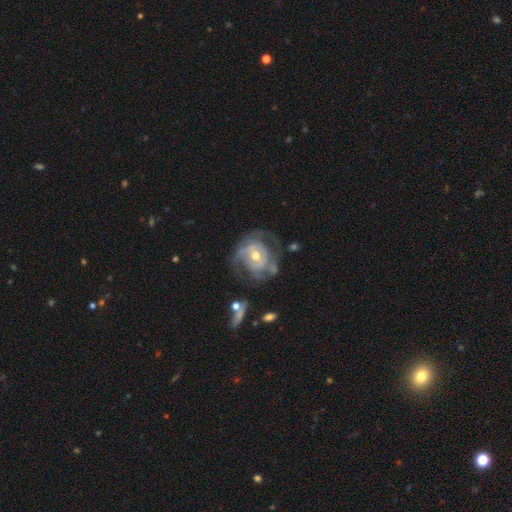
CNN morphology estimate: smooth_or_featured: featured or disk (p=0.80) [alt: smooth p=0.15]
disk_edge_on: no (p=0.97) [alt: yes p=0.03]
bar: no (p=0.57) [alt: weak p=0.32]
has_spiral_arms: yes (p=0.81) [alt: no p=0.19]
spiral_winding: tight (p=0.48) [alt: medium p=0.36]
spiral_arm_count: 2 (p=0.36) [alt: can't tell p=0.34]
bulge_size: moderate (p=0.60) [alt: small p=0.35]
merging: none (p=0.51) [alt: minor disturbance p=0.23]